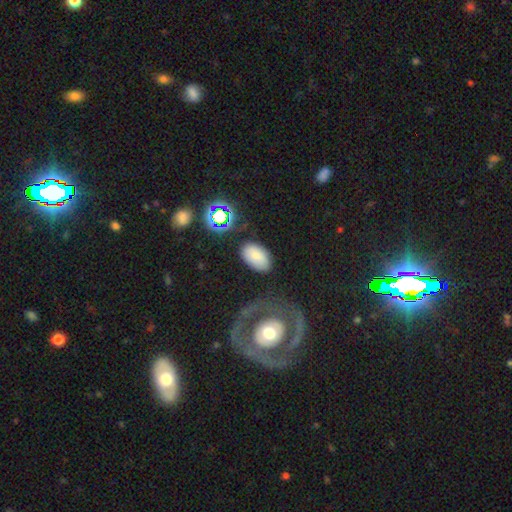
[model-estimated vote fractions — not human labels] Smooth or featured? smooth (78%)
How rounded? in between (92%)
Merging? none (76%)